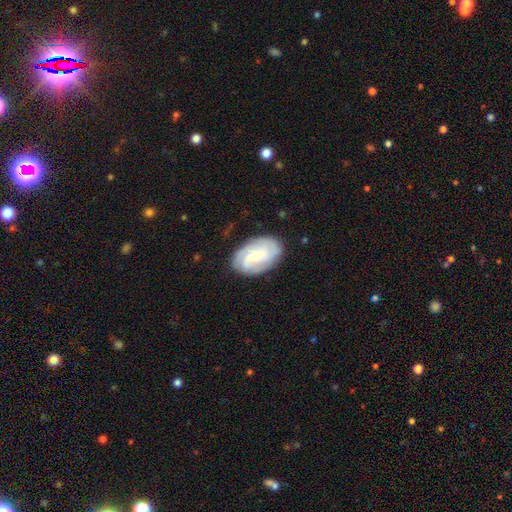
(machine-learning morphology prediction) A featured or disk galaxy (68%) with no bar (44%), tight (51%) spiral arms (89%) and a small central bulge (55%).

Vote fractions:
- Smooth or featured? featured or disk: 68% / smooth: 26% / star or artifact: 6%
- Edge-on disk? no: 96% / yes: 4%
- Bar? no: 44% / weak: 43% / strong: 13%
- Spiral arms? yes: 89% / no: 11%
- Spiral winding? tight: 51% / medium: 34% / loose: 15%
- Spiral arm count? can't tell: 33% / 2: 29% / 3: 21% / 4: 8% / 1: 4% / more than 4: 4%
- Bulge size? small: 55% / moderate: 40% / large: 2% / none: 2% / dominant: 1%
- Merging? none: 80% / minor disturbance: 15% / major disturbance: 4% / merger: 1%